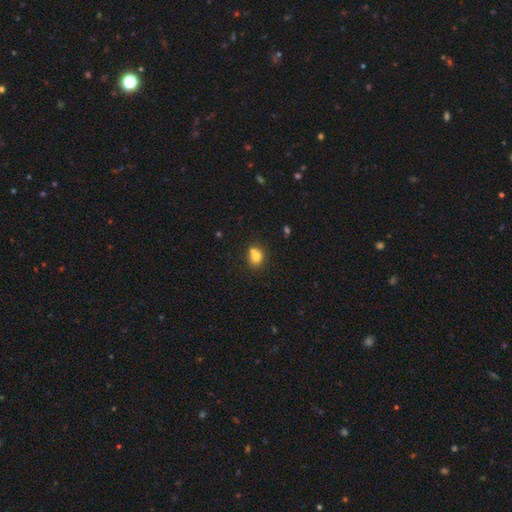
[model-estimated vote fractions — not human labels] smooth_or_featured: smooth (p=0.75) [alt: featured or disk p=0.14]
how_rounded: round (p=0.65) [alt: in between p=0.34]
merging: none (p=0.44) [alt: merger p=0.41]